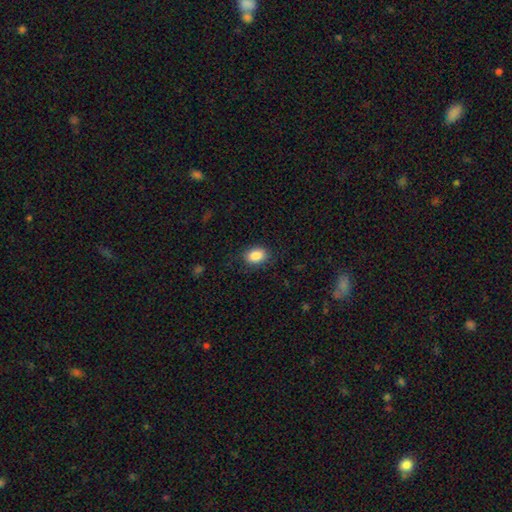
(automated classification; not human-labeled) Q: Smooth or featured?
A: smooth (87%); runner-up: star or artifact (8%)
Q: How rounded?
A: in between (79%); runner-up: round (20%)
Q: Merging?
A: none (84%); runner-up: minor disturbance (11%)